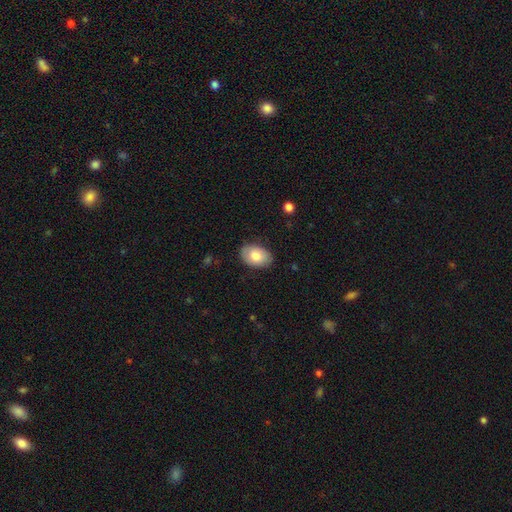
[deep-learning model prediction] Smooth or featured: smooth — 79% (featured or disk — 15%)
How rounded: in between — 86% (round — 13%)
Merging: none — 84% (minor disturbance — 13%)